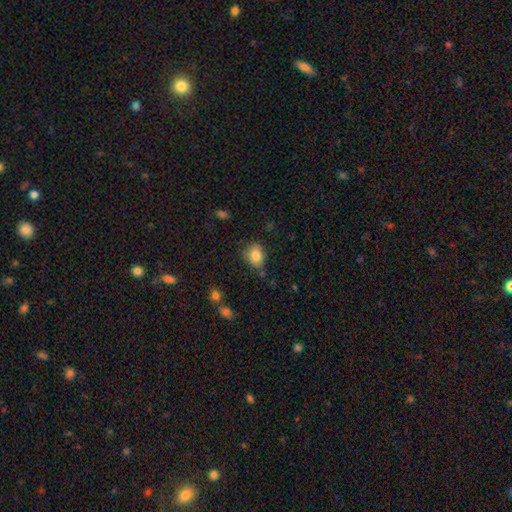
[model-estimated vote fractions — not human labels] Smooth or featured: smooth — 83% (star or artifact — 9%)
How rounded: in between — 50% (round — 49%)
Merging: none — 74% (minor disturbance — 19%)